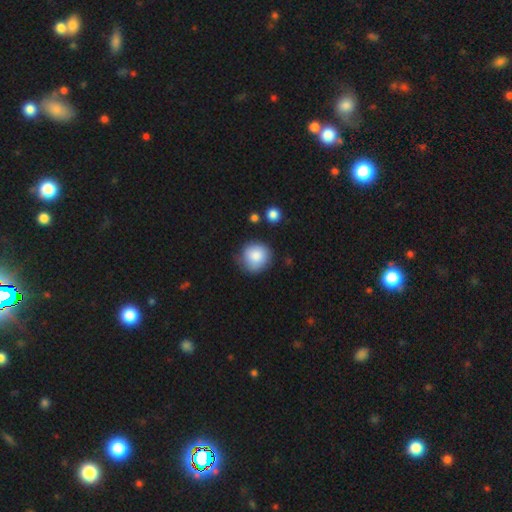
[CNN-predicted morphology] A smooth galaxy with no disk features (84%) that is round (89%). Merging: none (70%).